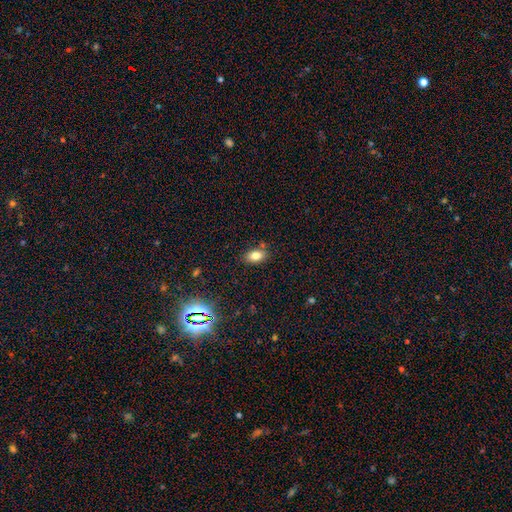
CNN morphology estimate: A smooth galaxy with no disk features (80%) that is in between round and cigar-shaped (85%).

Vote fractions:
- Smooth or featured? smooth: 80% / star or artifact: 11% / featured or disk: 9%
- How rounded? in between: 85% / round: 13% / cigar-shaped: 2%
- Merging? none: 79% / minor disturbance: 12% / merger: 6% / major disturbance: 3%